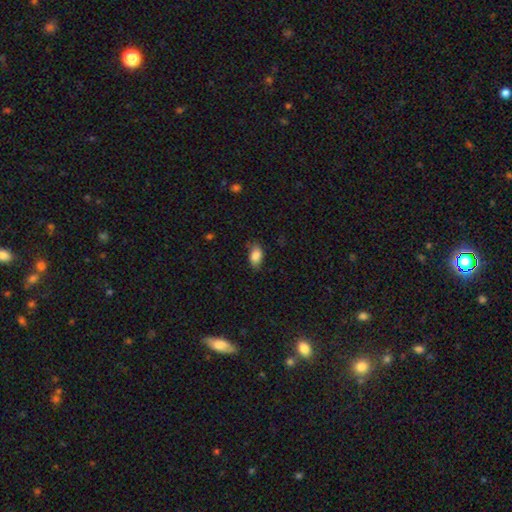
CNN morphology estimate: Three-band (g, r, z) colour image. It shows a smooth galaxy with no disk features (85%) that is in between round and cigar-shaped (90%). Merging: none (75%).